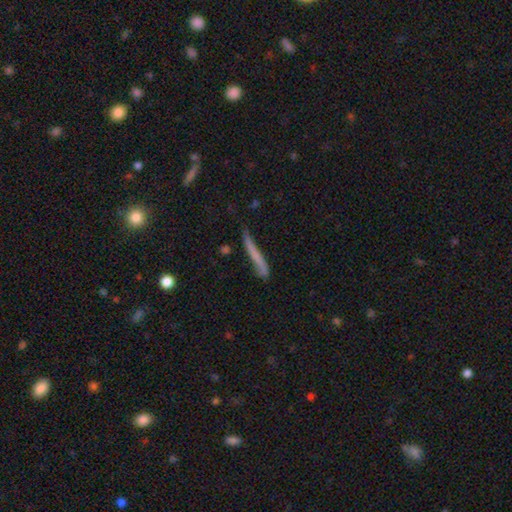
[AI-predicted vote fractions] A smooth galaxy with no disk features (61%) that is cigar-shaped (95%).

Vote fractions:
- Smooth or featured? smooth: 61% / featured or disk: 31% / star or artifact: 8%
- How rounded? cigar-shaped: 95% / in between: 4% / round: 2%
- Merging? none: 60% / minor disturbance: 27% / major disturbance: 8% / merger: 4%